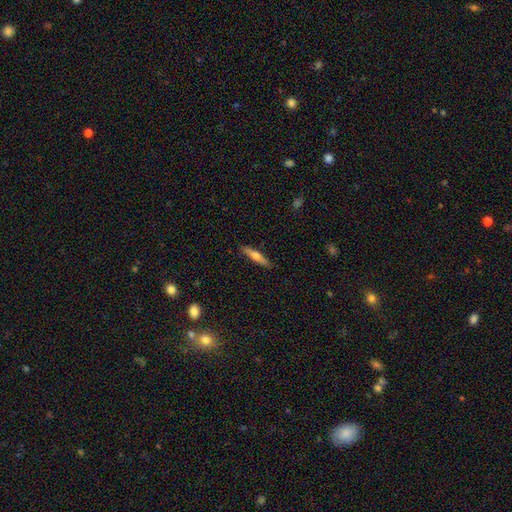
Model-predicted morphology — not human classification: smooth-or-featured: smooth: 50% | featured or disk: 44% | star or artifact: 6%
  merging: none: 89% | minor disturbance: 8% | major disturbance: 2% | merger: 1%